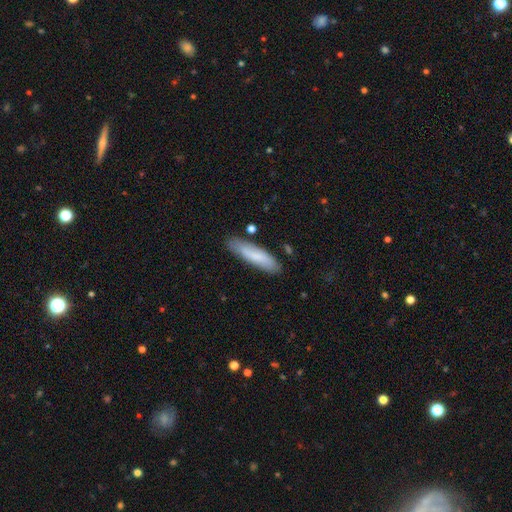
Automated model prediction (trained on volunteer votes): The model was most divided on "how rounded": cigar-shaped: 71%, in between: 28%, round: 1%. More confident: merging — none (81%); smooth or featured — smooth (75%).